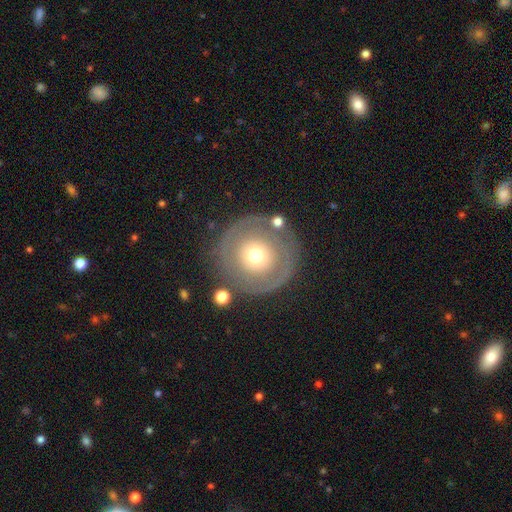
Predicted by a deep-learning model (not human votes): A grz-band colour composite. It shows a featured or disk galaxy (53%) with no bar (90%), no spiral arms (62%) and a moderate central bulge (57%). Merging: none (73%).